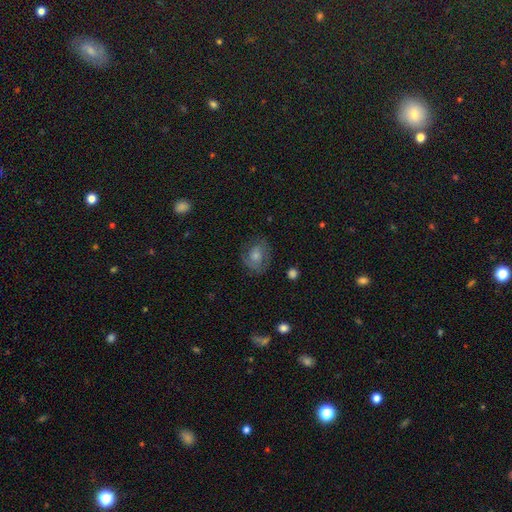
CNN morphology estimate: This appears to be a featured or disk galaxy (55%) with no bar (63%), spiral arms (82%) and a moderate central bulge (56%). Merging: none (76%).